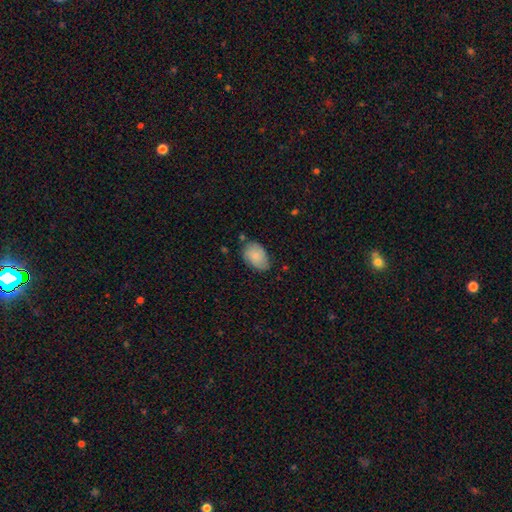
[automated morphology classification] smooth 78%, featured or disk 15%, star or artifact 7%. Down the decision tree: how rounded — in between (88%); merging — none (63%).